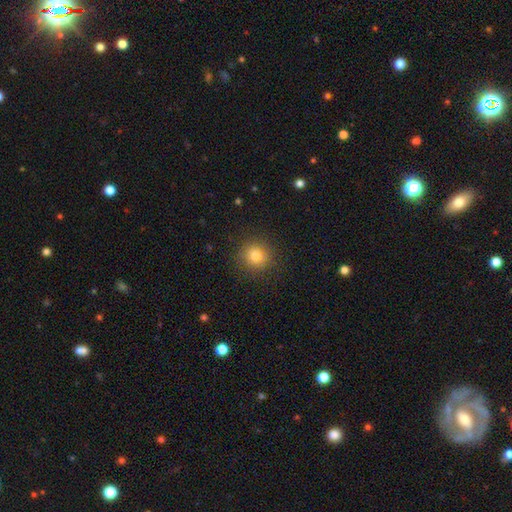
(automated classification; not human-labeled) Q: Smooth or featured?
A: smooth (83%); runner-up: star or artifact (11%)
Q: How rounded?
A: round (92%); runner-up: in between (7%)
Q: Merging?
A: none (88%); runner-up: minor disturbance (8%)